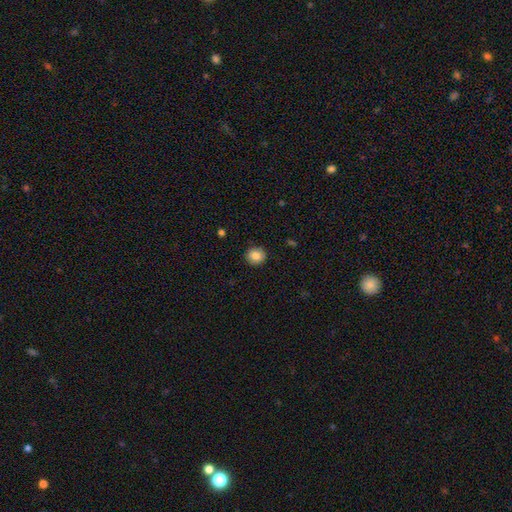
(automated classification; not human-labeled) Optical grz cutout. It shows a smooth galaxy with no disk features (85%) that is round (85%). Merging: none (90%).